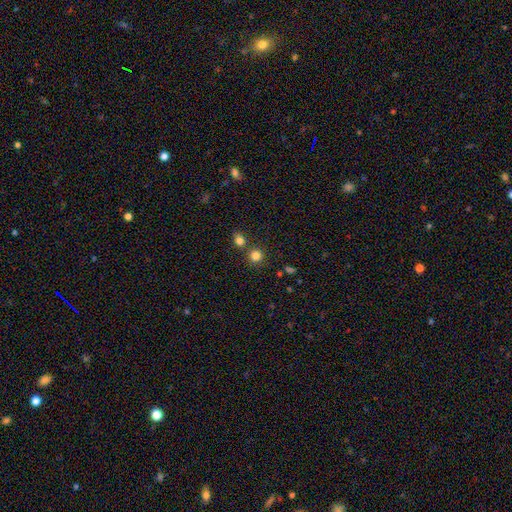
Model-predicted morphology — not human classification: A smooth galaxy with no disk features (82%) that is round (89%).

Vote fractions:
- Smooth or featured? smooth: 82% / star or artifact: 13% / featured or disk: 5%
- How rounded? round: 89% / in between: 10% / cigar-shaped: 1%
- Merging? none: 75% / merger: 15% / minor disturbance: 7% / major disturbance: 3%